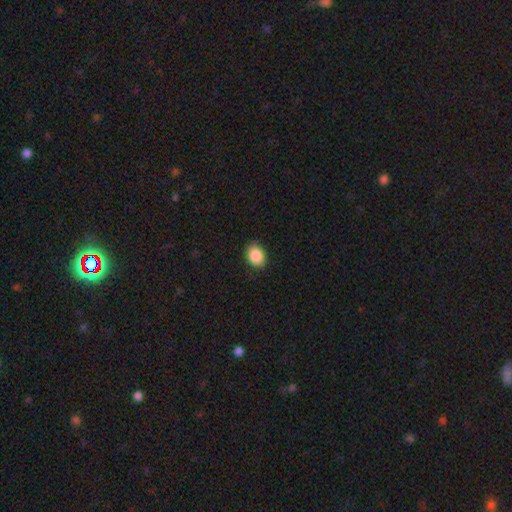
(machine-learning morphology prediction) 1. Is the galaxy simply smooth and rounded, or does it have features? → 89% smooth, 8% star or artifact, 4% featured or disk.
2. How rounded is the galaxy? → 60% in between, 39% round, 1% cigar-shaped.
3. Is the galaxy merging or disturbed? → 85% none, 12% minor disturbance, 2% major disturbance, 1% merger.